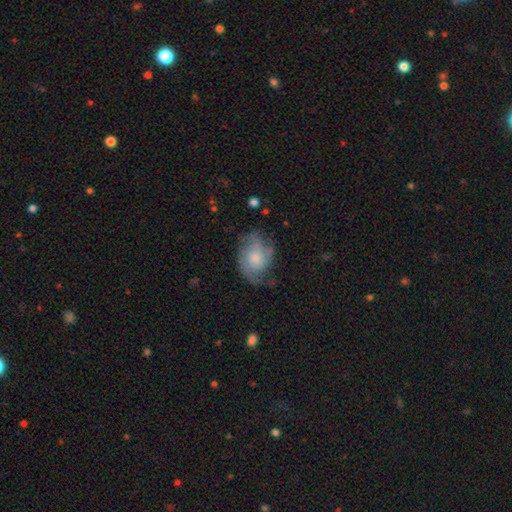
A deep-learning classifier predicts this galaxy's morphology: featured or disk 51%, smooth 41%, star or artifact 7%. Down the decision tree: edge-on disk — no (97%); merging — none (55%).